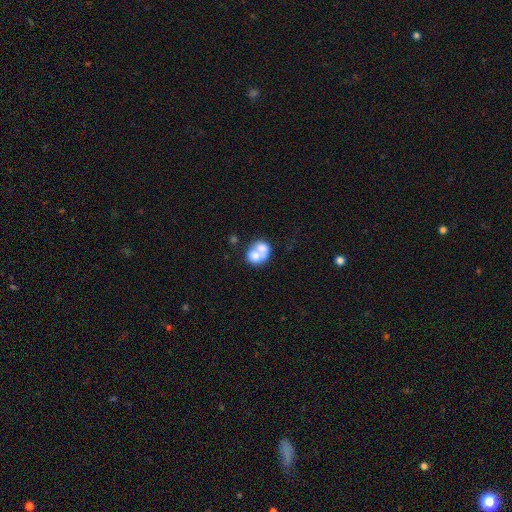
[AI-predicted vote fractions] Smooth or featured? Predicted: smooth (p=0.63). How rounded? Predicted: round (p=0.57). Merging? Predicted: merger (p=0.66).